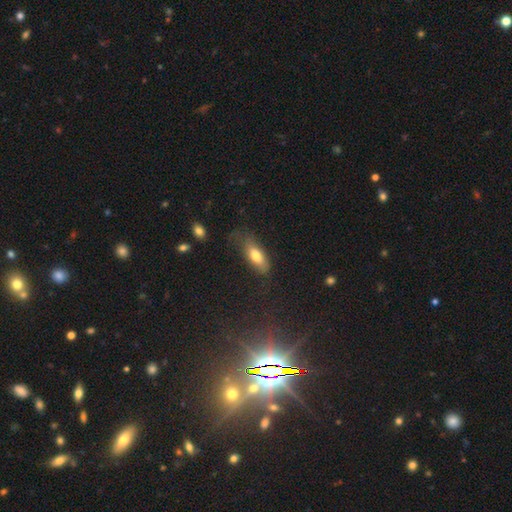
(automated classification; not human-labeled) smooth-or-featured: smooth: 75% | featured or disk: 18% | star or artifact: 7%
  how-rounded: in between: 73% | cigar-shaped: 24% | round: 3%
  merging: none: 56% | minor disturbance: 28% | major disturbance: 14% | merger: 2%